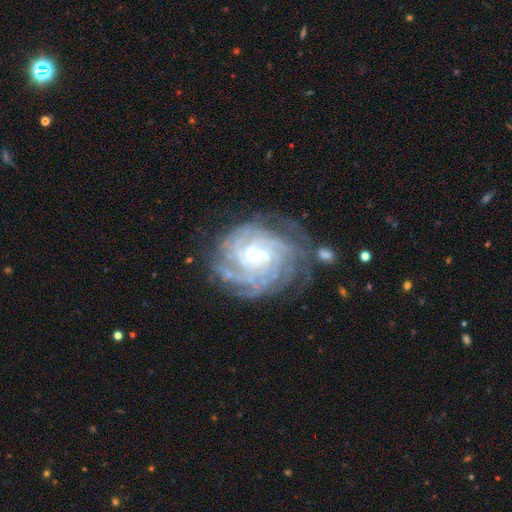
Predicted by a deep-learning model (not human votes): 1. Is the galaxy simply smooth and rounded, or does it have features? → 90% featured or disk, 6% star or artifact, 5% smooth.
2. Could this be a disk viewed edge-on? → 98% no, 2% yes.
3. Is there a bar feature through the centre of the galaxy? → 46% weak, 40% no, 14% strong.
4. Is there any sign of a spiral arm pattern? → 98% yes, 2% no.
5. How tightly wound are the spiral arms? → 79% tight, 18% medium, 3% loose.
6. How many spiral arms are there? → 26% 4 (tied), 26% can't tell (tied), 20% more than 4, 12% 3, 9% 2, 6% 1.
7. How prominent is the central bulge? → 64% small, 31% moderate, 2% none, 2% large, 1% dominant.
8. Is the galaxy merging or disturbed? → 70% none, 18% minor disturbance, 8% major disturbance, 3% merger.